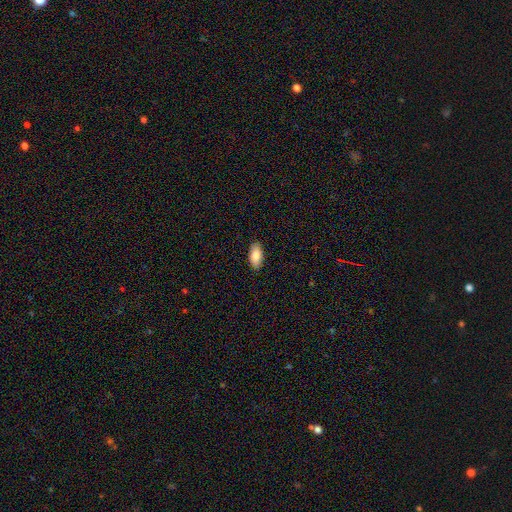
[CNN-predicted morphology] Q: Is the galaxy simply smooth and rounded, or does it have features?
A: smooth — 86%.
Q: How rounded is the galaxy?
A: in between — 90%.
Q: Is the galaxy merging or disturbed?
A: none — 88%.